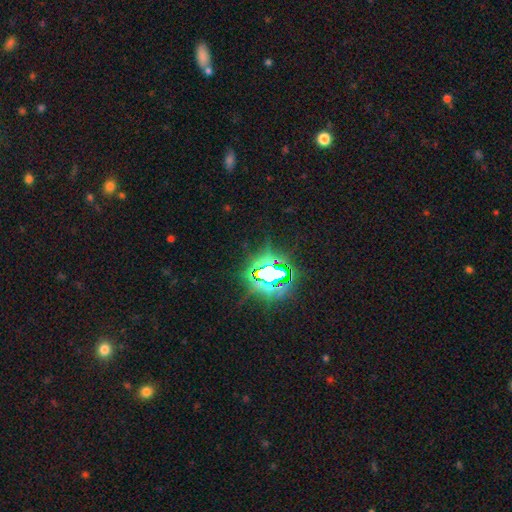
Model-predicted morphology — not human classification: A star or artifact, not a galaxy (82%).

Vote fractions:
- Smooth or featured? star or artifact: 82% / smooth: 12% / featured or disk: 6%